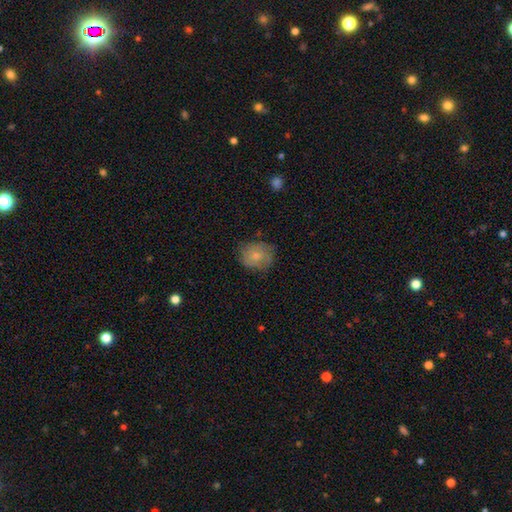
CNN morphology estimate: smooth 69%, featured or disk 24%, star or artifact 8%. Down the decision tree: how rounded — round (64%); merging — none (70%).